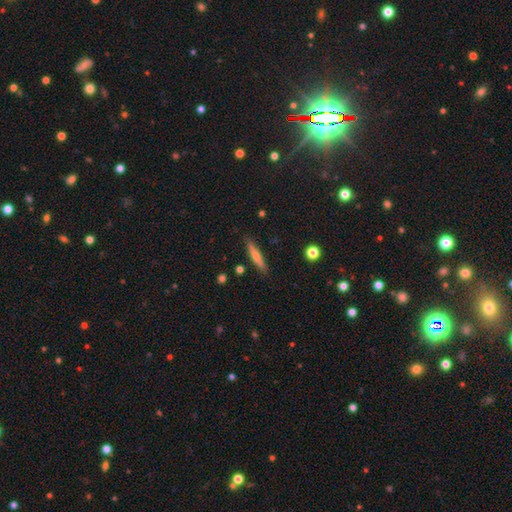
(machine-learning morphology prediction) This appears to be a smooth galaxy with no disk features (49%). Merging: none (87%).